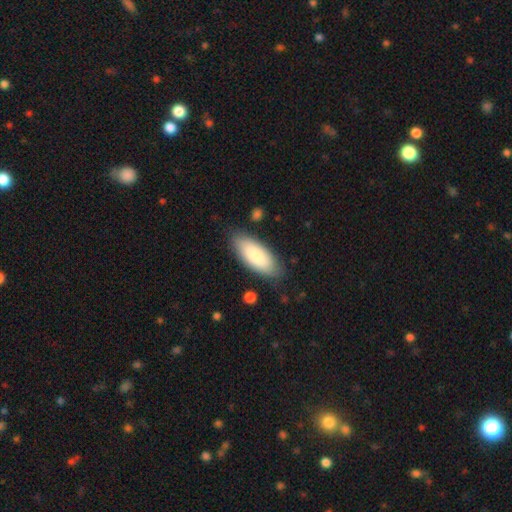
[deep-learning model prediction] Smooth or featured: smooth — 81% (featured or disk — 13%)
How rounded: in between — 82% (cigar-shaped — 16%)
Merging: none — 81% (minor disturbance — 13%)